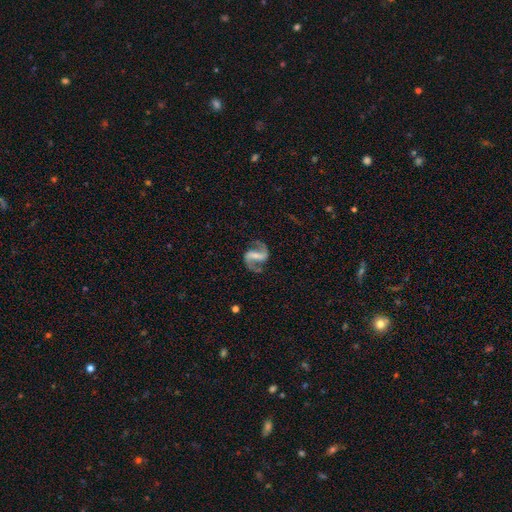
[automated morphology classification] Q: Smooth or featured?
A: featured or disk (90%); runner-up: smooth (5%)
Q: Edge-on disk?
A: no (98%); runner-up: yes (2%)
Q: Bar?
A: strong (55%); runner-up: weak (32%)
Q: Spiral arms?
A: yes (97%); runner-up: no (3%)
Q: Spiral winding?
A: medium (47%); runner-up: loose (43%)
Q: Spiral arm count?
A: 2 (94%); runner-up: 1 (2%)
Q: Bulge size?
A: small (49%); runner-up: moderate (27%)
Q: Merging?
A: none (80%); runner-up: minor disturbance (12%)